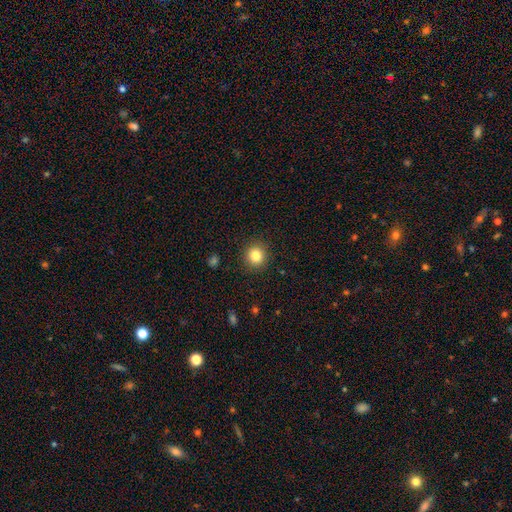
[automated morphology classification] This appears to be a smooth galaxy with no disk features (83%) that is round (90%). Merging: none (91%).